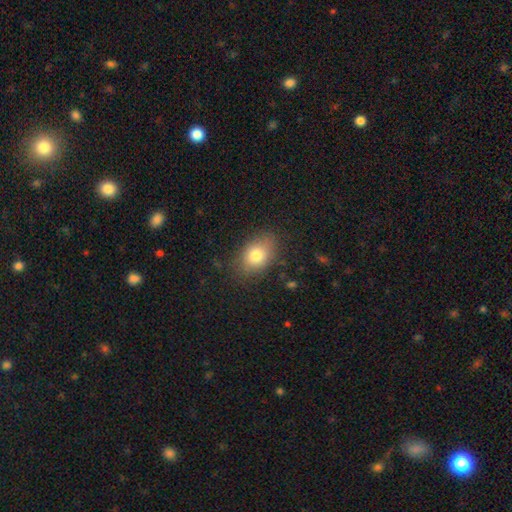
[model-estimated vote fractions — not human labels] This is likely a smooth galaxy (78%). How rounded: likely in between (77%). Merging: likely none (79%).